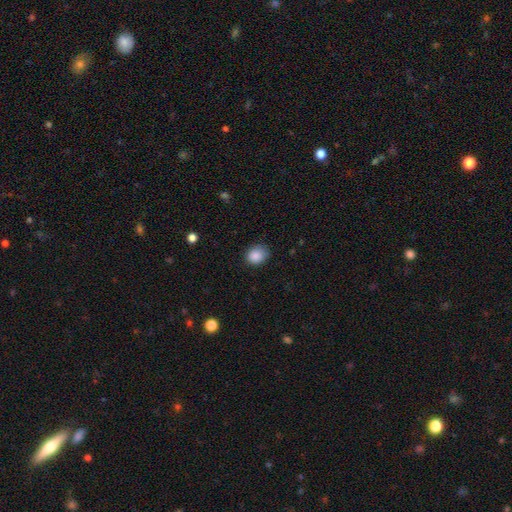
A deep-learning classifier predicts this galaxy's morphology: smooth-or-featured: smooth: 87% | star or artifact: 9% | featured or disk: 4%
  how-rounded: round: 61% | in between: 38% | cigar-shaped: 1%
  merging: none: 74% | minor disturbance: 21% | major disturbance: 4% | merger: 1%